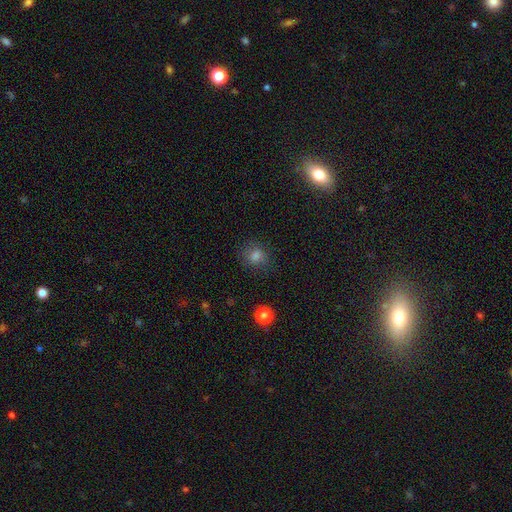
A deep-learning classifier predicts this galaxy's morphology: smooth-or-featured: smooth: 74% | star or artifact: 19% | featured or disk: 7%
  how-rounded: round: 75% | in between: 24% | cigar-shaped: 1%
  merging: none: 79% | minor disturbance: 14% | major disturbance: 5% | merger: 2%